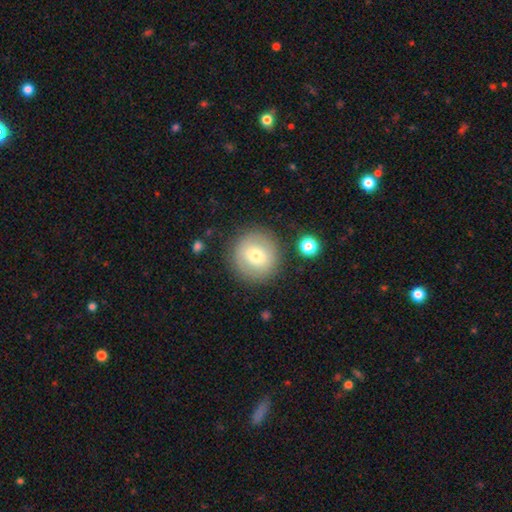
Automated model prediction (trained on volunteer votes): A smooth galaxy with no disk features (68%) that is round (95%).

Vote fractions:
- Smooth or featured? smooth: 68% / featured or disk: 24% / star or artifact: 9%
- How rounded? round: 95% / in between: 4% / cigar-shaped: 1%
- Merging? none: 86% / minor disturbance: 8% / major disturbance: 4% / merger: 2%